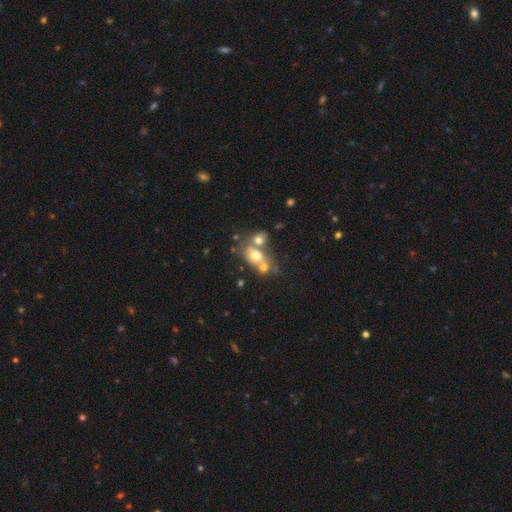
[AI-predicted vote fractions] This is likely a smooth galaxy (62%). How rounded: likely in between (65%). Merging: possibly merger (58%).